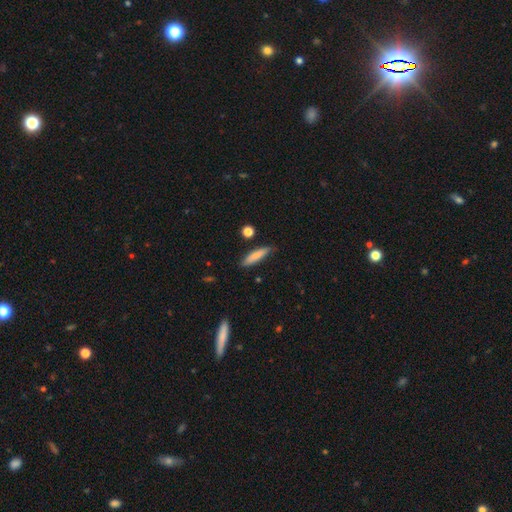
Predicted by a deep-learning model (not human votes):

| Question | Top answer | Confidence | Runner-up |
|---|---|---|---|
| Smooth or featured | smooth | 77% | featured or disk (17%) |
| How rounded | cigar-shaped | 76% | in between (22%) |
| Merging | none | 82% | minor disturbance (13%) |